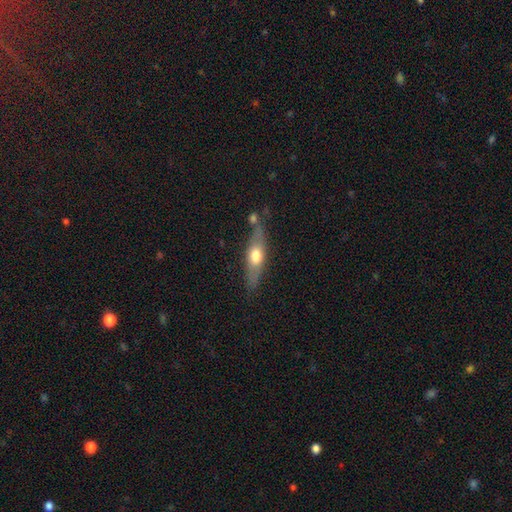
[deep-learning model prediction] This appears to be a smooth galaxy with no disk features (49%). Merging: none (68%).